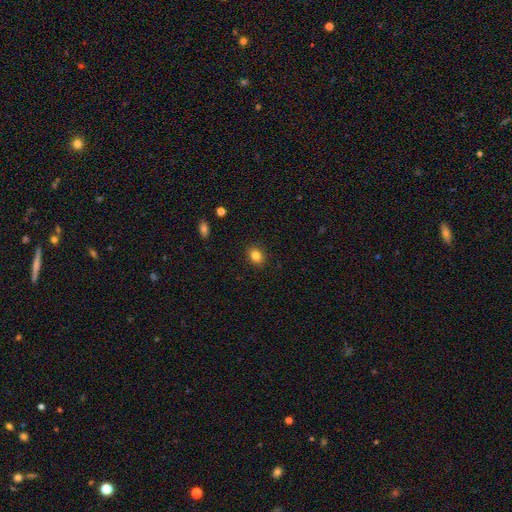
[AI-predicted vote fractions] Smooth or featured: smooth — 84% (star or artifact — 10%)
How rounded: in between — 55% (round — 44%)
Merging: none — 89% (minor disturbance — 8%)